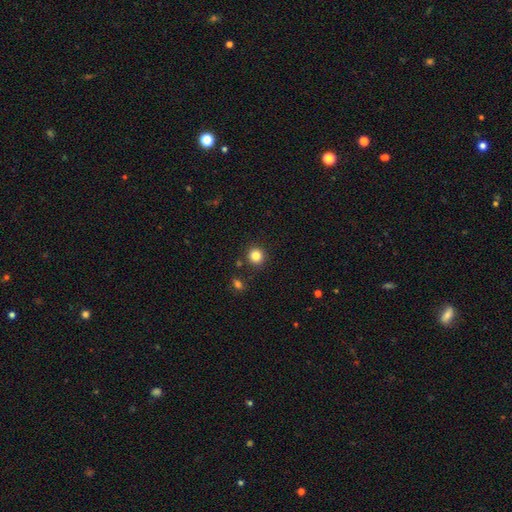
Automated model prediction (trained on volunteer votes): Morphology: type=smooth (84%); roundness=round (92%); merging=none (88%).